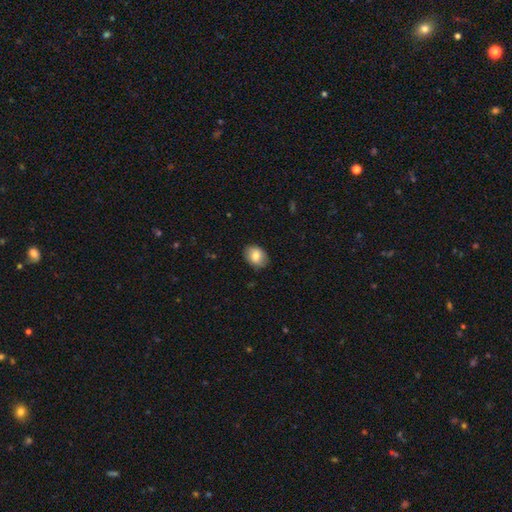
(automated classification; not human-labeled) The model was most divided on "how rounded": in between: 71%, round: 28%, cigar-shaped: 1%. More confident: merging — none (84%); smooth or featured — smooth (80%).